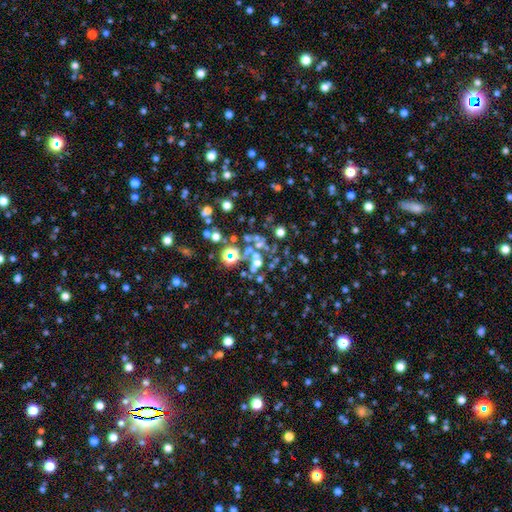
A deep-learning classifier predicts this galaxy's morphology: Smooth or featured: star or artifact — 41% (smooth — 33%)